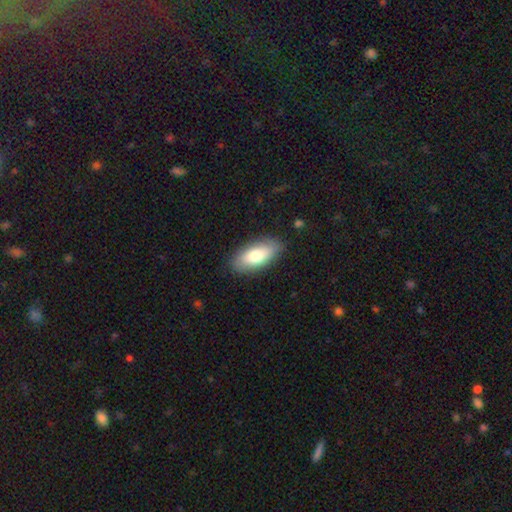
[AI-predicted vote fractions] Overall: smooth (76%). How rounded: in between (89%). Merging: none (85%).